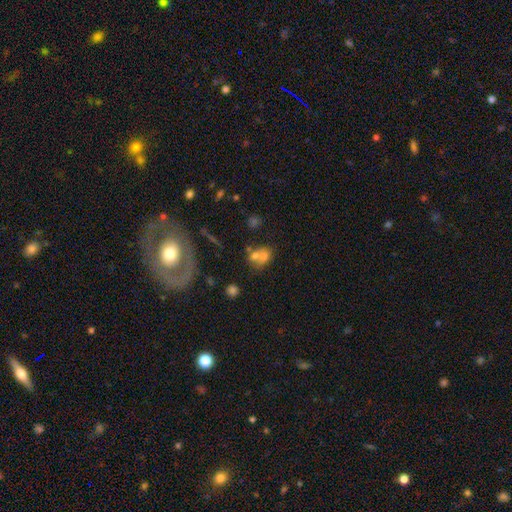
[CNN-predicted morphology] Smooth or featured? Predicted: smooth (p=0.64). How rounded? Predicted: round (p=0.51). Merging? Predicted: merger (p=0.56).